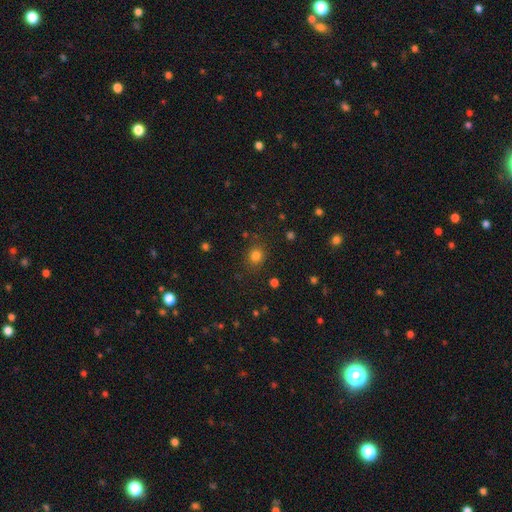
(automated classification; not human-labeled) Smooth or featured? Predicted: smooth (p=0.80). How rounded? Predicted: round (p=0.81). Merging? Predicted: none (p=0.85).